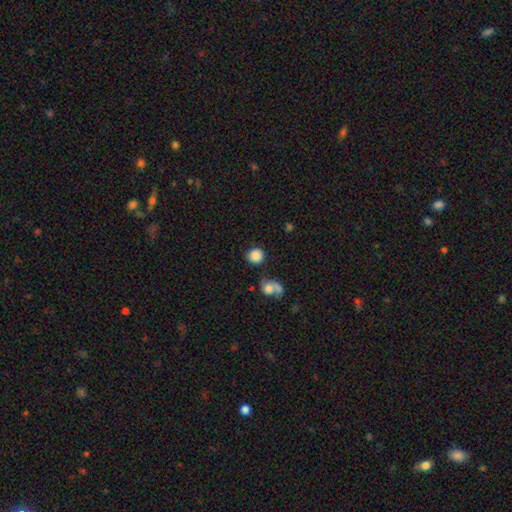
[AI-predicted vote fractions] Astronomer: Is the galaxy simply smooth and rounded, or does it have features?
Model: smooth — 84%.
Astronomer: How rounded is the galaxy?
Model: round — 90%.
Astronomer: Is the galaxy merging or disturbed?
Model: none — 72%.